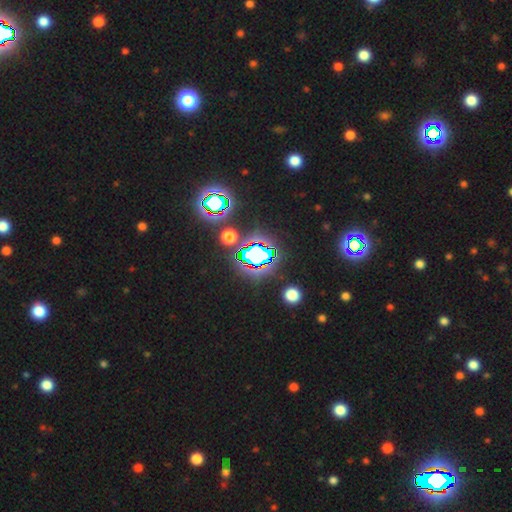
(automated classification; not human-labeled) This is likely a star or artifact rather than a galaxy (80%).